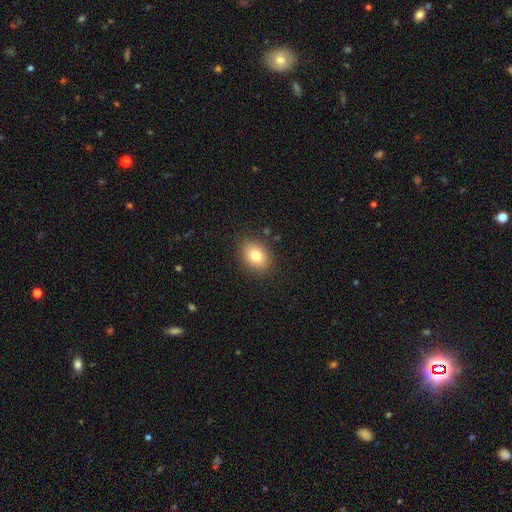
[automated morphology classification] Smooth or featured?
  - smooth: 79% *
  - featured or disk: 11%
  - star or artifact: 10%
How rounded?
  - in between: 61% *
  - round: 38%
  - cigar-shaped: 1%
Merging?
  - none: 87% *
  - minor disturbance: 9%
  - major disturbance: 3%
  - merger: 1%